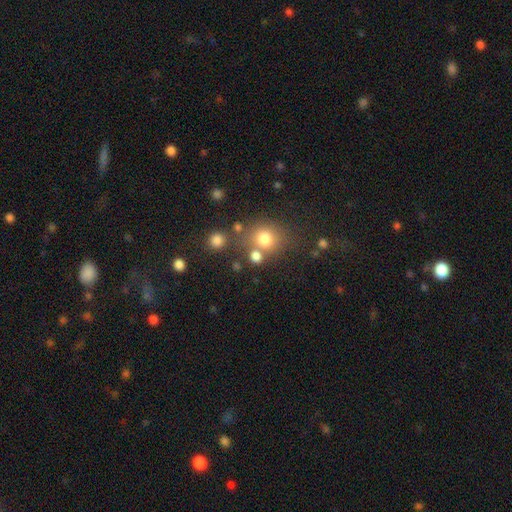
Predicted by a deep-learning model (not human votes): The model was most divided on "merging": none: 63%, merger: 22%, minor disturbance: 10%, major disturbance: 5%. More confident: how rounded — round (76%); smooth or featured — smooth (76%).